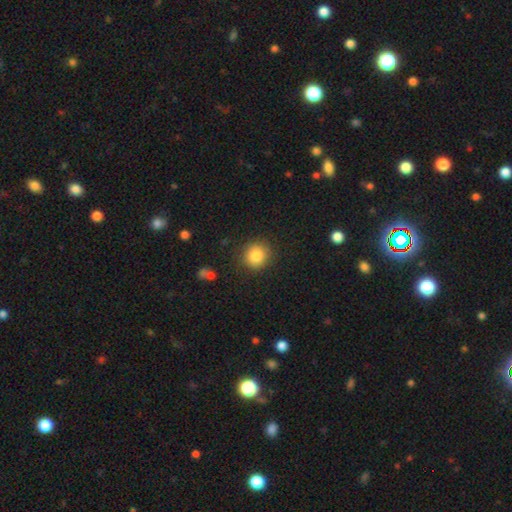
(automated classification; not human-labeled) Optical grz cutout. It shows a smooth galaxy with no disk features (84%) that is round (89%). Merging: none (86%).